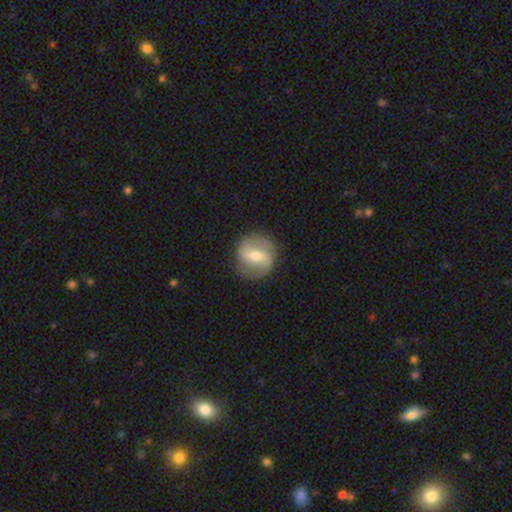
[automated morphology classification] A featured or disk galaxy (73%) with a strong bar (43%), 2 (88%) medium (42%) spiral arms (84%) and a moderate central bulge (52%).

Vote fractions:
- Smooth or featured? featured or disk: 73% / smooth: 22% / star or artifact: 6%
- Edge-on disk? no: 96% / yes: 4%
- Bar? strong: 43% / weak: 41% / no: 16%
- Spiral arms? yes: 84% / no: 16%
- Spiral winding? medium: 42% / loose: 41% / tight: 18%
- Spiral arm count? 2: 88% / can't tell: 6% / 1: 2% / 3: 2% / 4: 1% / more than 4: 1%
- Bulge size? moderate: 52% / small: 43% / large: 3% / none: 2% / dominant: 1%
- Merging? none: 86% / minor disturbance: 9% / major disturbance: 4% / merger: 1%